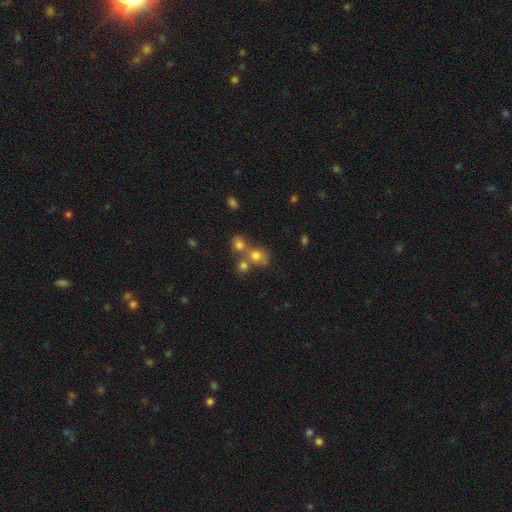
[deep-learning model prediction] Smooth or featured? smooth (71%)
How rounded? round (64%)
Merging? merger (47%)